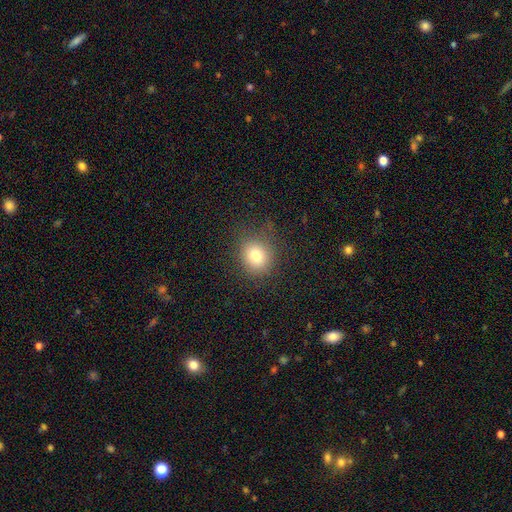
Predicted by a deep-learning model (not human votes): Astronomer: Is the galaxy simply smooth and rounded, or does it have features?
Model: smooth — 78%.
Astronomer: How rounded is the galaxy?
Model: round — 80%.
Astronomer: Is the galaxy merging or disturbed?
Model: none — 83%.